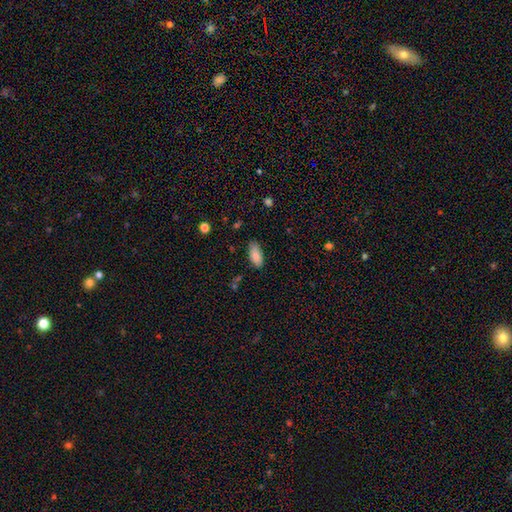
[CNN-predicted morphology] The model was most divided on "merging": none: 78%, minor disturbance: 17%, major disturbance: 3%, merger: 2%. More confident: how rounded — in between (89%); smooth or featured — smooth (85%).